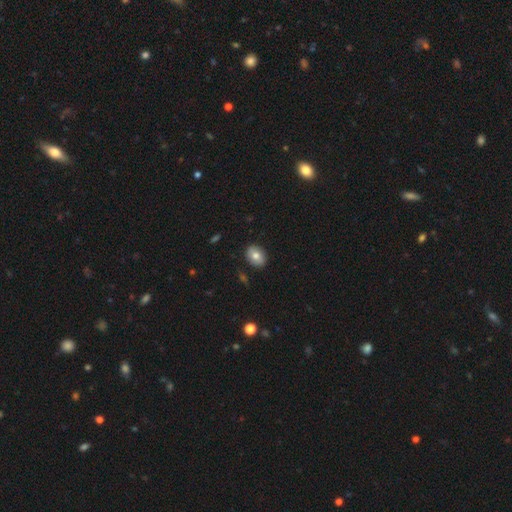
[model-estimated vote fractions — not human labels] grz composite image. It shows a smooth galaxy with no disk features (76%) that is in between round and cigar-shaped (72%). Merging: none (88%).